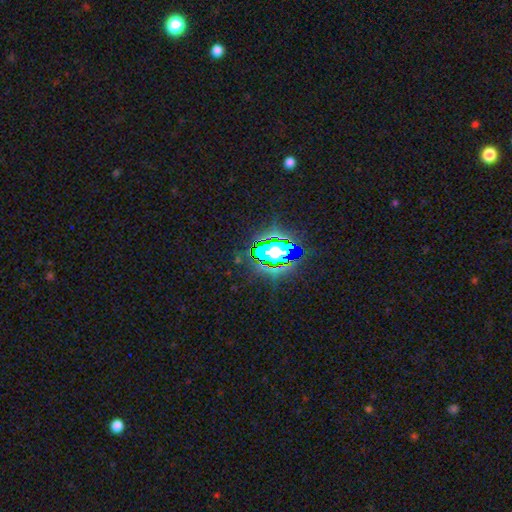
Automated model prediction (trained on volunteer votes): Smooth or featured? star or artifact (81%)